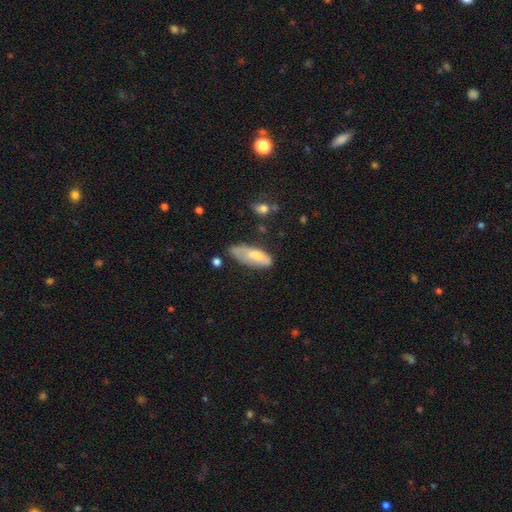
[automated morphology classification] Overall: smooth (62%; featured or disk 31%). How rounded: in between (72%). Merging: none (39%; minor disturbance 36%).